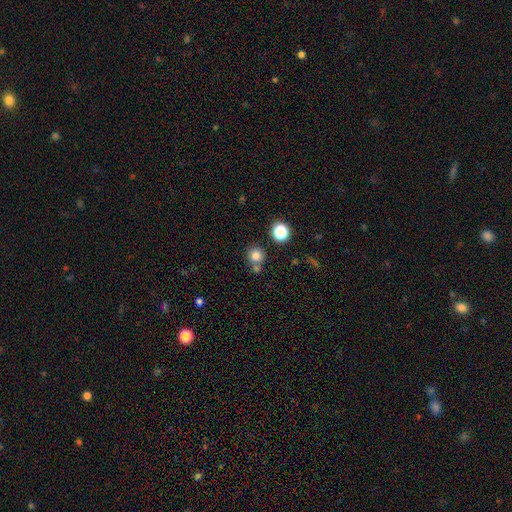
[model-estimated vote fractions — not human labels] Overall: smooth (78%). How rounded: round (90%). Merging: none (64%).